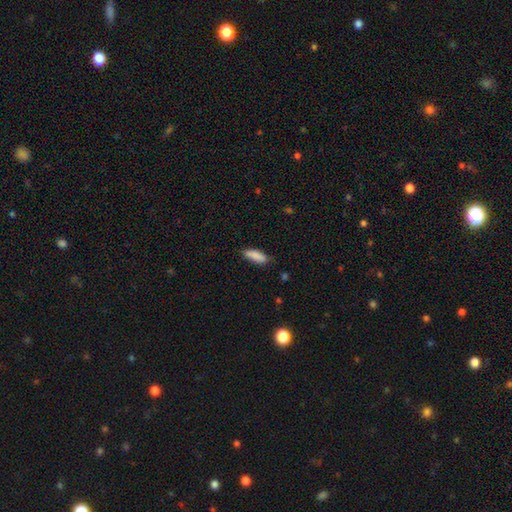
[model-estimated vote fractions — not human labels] Smooth or featured: smooth — 87% (featured or disk — 7%)
How rounded: in between — 57% (cigar-shaped — 42%)
Merging: none — 78% (minor disturbance — 17%)